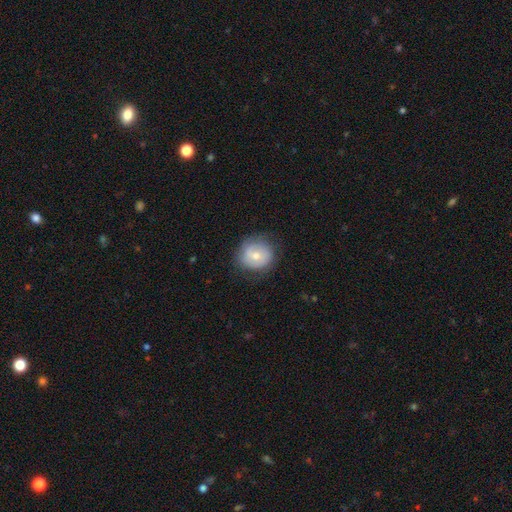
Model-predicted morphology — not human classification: smooth_or_featured: smooth (p=0.61) [alt: featured or disk p=0.31]
how_rounded: round (p=0.86) [alt: in between p=0.13]
merging: none (p=0.77) [alt: minor disturbance p=0.17]